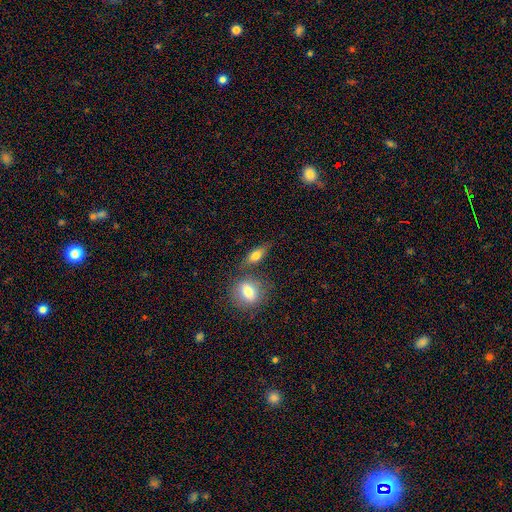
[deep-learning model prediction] A smooth galaxy with no disk features (70%) that is in between round and cigar-shaped (70%).

Vote fractions:
- Smooth or featured? smooth: 70% / featured or disk: 21% / star or artifact: 9%
- How rounded? in between: 70% / cigar-shaped: 20% / round: 10%
- Merging? none: 65% / merger: 17% / minor disturbance: 14% / major disturbance: 5%